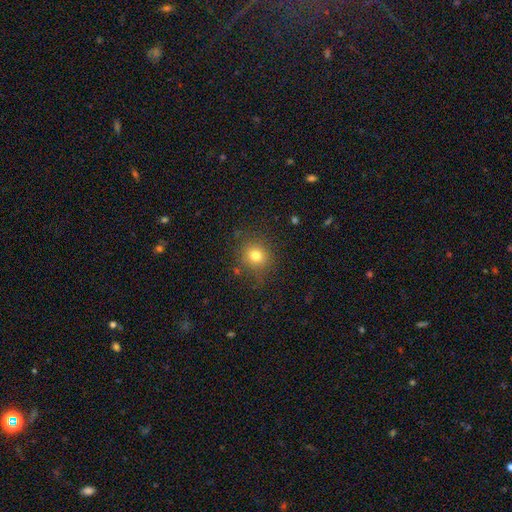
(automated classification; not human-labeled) The model was most divided on "smooth or featured": smooth: 77%, star or artifact: 15%, featured or disk: 8%. More confident: how rounded — round (84%); merging — none (83%).